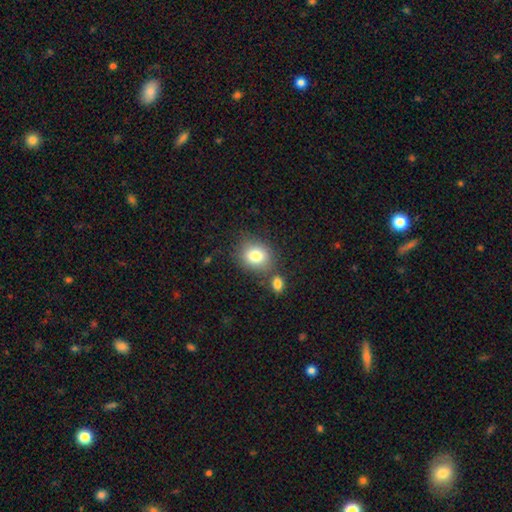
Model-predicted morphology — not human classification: Smooth or featured? smooth (81%)
How rounded? round (63%)
Merging? none (68%)